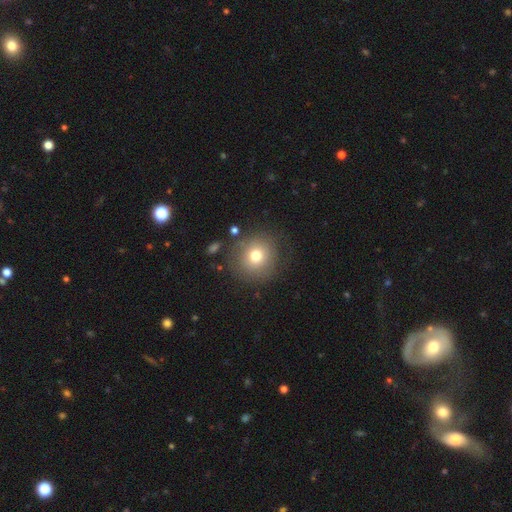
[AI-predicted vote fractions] The model was most divided on "smooth or featured": smooth: 74%, featured or disk: 15%, star or artifact: 12%. More confident: how rounded — round (91%); merging — none (78%).